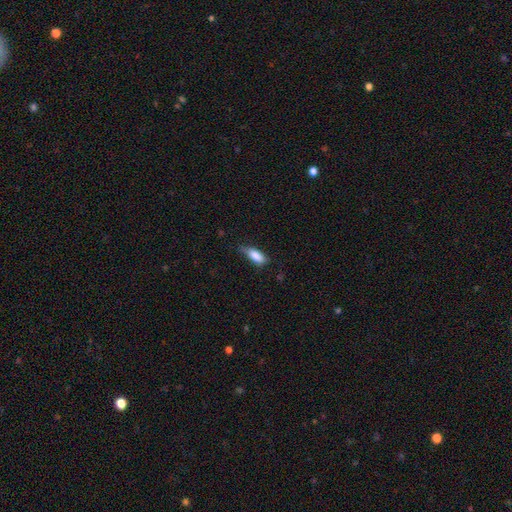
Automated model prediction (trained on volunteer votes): Smooth or featured? Predicted: smooth (p=0.83). How rounded? Predicted: in between (p=0.73). Merging? Predicted: none (p=0.54).